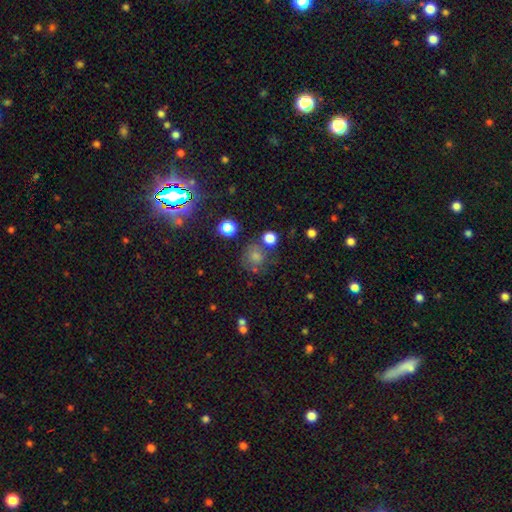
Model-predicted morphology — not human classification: Smooth or featured? Predicted: smooth (p=0.49). Merging? Predicted: none (p=0.68).